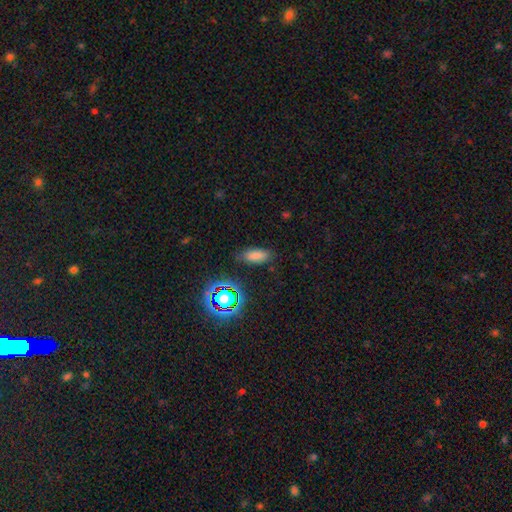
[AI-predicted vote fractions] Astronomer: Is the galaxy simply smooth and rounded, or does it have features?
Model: smooth — 75%.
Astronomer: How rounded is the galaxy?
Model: in between — 81%.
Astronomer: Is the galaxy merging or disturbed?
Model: none — 82%.